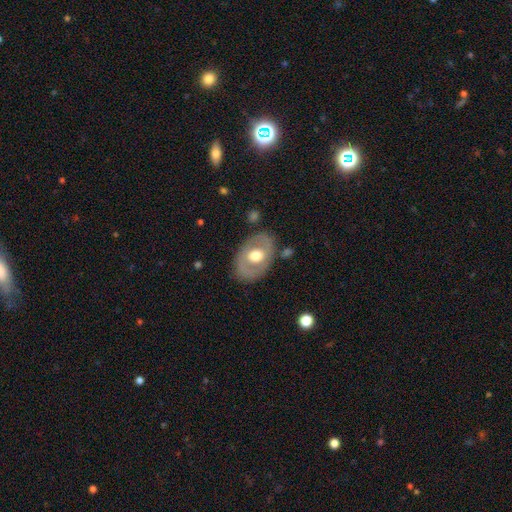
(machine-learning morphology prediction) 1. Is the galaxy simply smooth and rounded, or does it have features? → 52% featured or disk, 43% smooth, 5% star or artifact.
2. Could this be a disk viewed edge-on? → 91% no, 9% yes.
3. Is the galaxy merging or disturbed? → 78% none, 14% minor disturbance, 5% major disturbance, 2% merger.